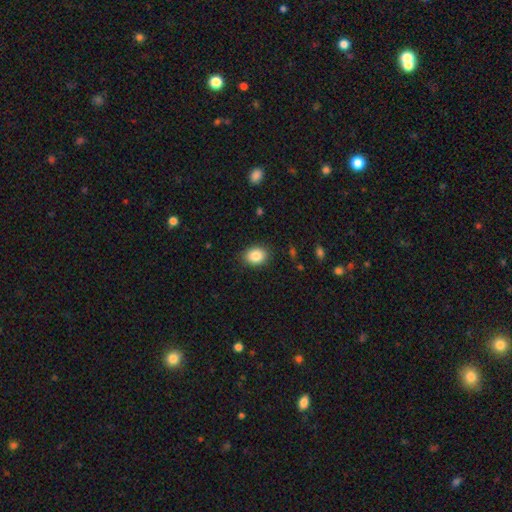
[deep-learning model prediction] smooth 85%, star or artifact 9%, featured or disk 6%. Down the decision tree: how rounded — in between (56%); merging — none (88%).